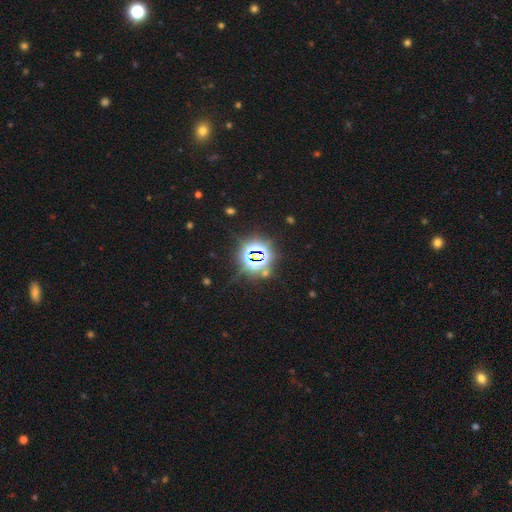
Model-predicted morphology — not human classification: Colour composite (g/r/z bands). It shows a star or artifact, not a galaxy (79%).